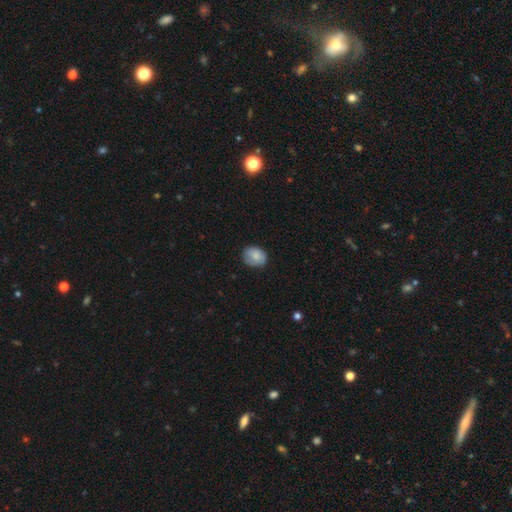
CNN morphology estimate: Overall: smooth (80%). How rounded: in between (50%; round 49%). Merging: none (72%).